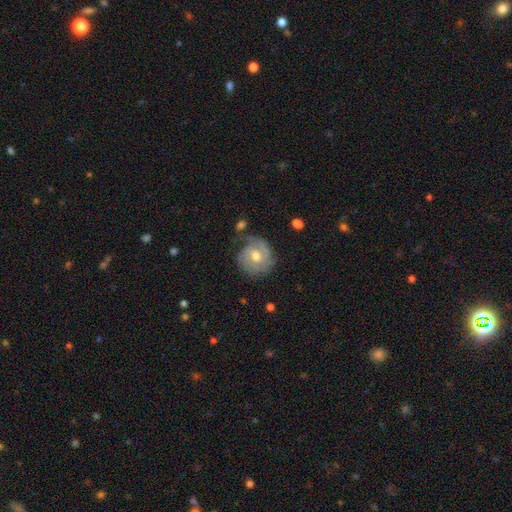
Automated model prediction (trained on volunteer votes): The model was most divided on "spiral arm count": 2: 41%, can't tell: 29%, 3: 13%, 1: 10%, 4: 4%, more than 4: 3%. More confident: edge-on disk — no (97%); spiral arms — yes (86%); bulge size — moderate (76%); smooth or featured — featured or disk (68%); merging — none (64%); spiral winding — tight (58%); bar — no (56%).